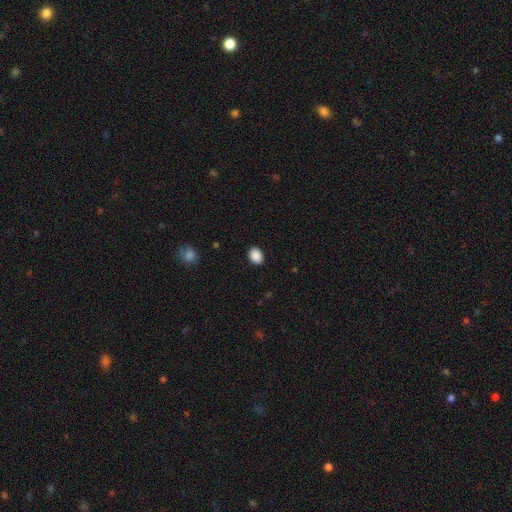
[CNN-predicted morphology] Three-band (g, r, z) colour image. It shows a smooth galaxy with no disk features (89%) that is in between round and cigar-shaped (63%). Merging: none (90%).